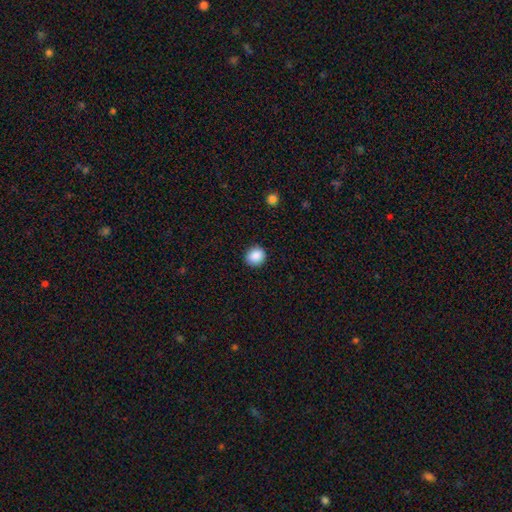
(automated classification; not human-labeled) A smooth galaxy with no disk features (88%) that is round (83%). Merging: none (90%).